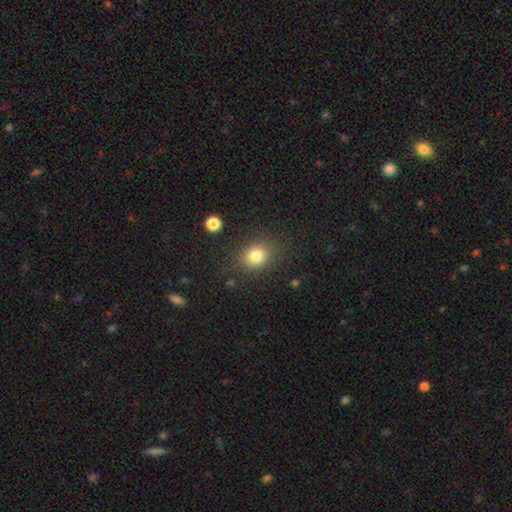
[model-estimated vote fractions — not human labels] smooth-or-featured: smooth: 80% | star or artifact: 12% | featured or disk: 8%
  how-rounded: round: 60% | in between: 39% | cigar-shaped: 1%
  merging: none: 82% | minor disturbance: 11% | major disturbance: 5% | merger: 2%